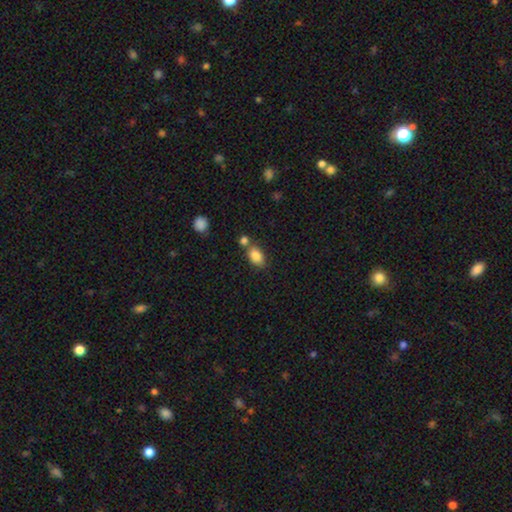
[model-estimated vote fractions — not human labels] smooth_or_featured: smooth (p=0.85) [alt: star or artifact p=0.08]
how_rounded: in between (p=0.85) [alt: round p=0.13]
merging: none (p=0.59) [alt: merger p=0.24]